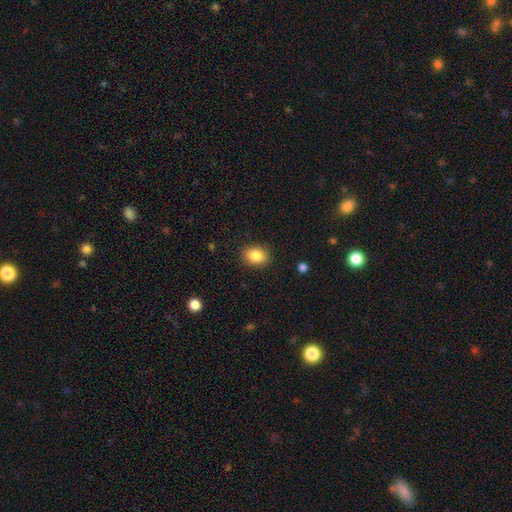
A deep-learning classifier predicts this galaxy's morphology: The model was most divided on "how rounded": in between: 61%, round: 38%, cigar-shaped: 1%. More confident: merging — none (88%); smooth or featured — smooth (86%).